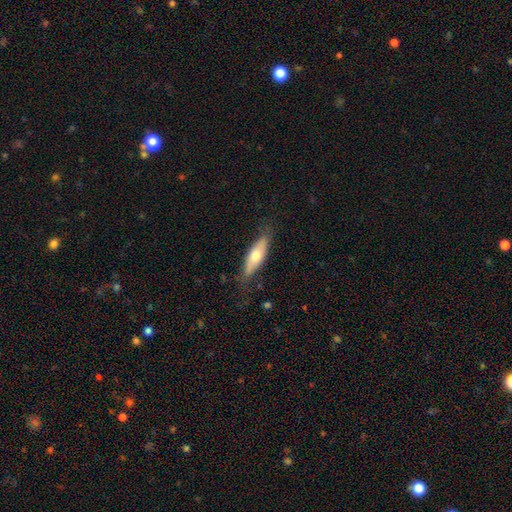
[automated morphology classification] smooth 59%, featured or disk 36%, star or artifact 5%. Down the decision tree: how rounded — in between (54%); merging — none (75%).